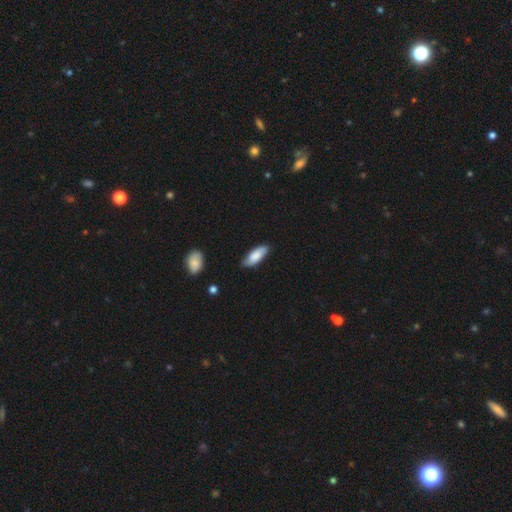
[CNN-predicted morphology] Smooth or featured?
  - smooth: 76% *
  - featured or disk: 19%
  - star or artifact: 6%
How rounded?
  - in between: 73% *
  - cigar-shaped: 25%
  - round: 2%
Merging?
  - none: 78% *
  - minor disturbance: 18%
  - major disturbance: 3%
  - merger: 2%